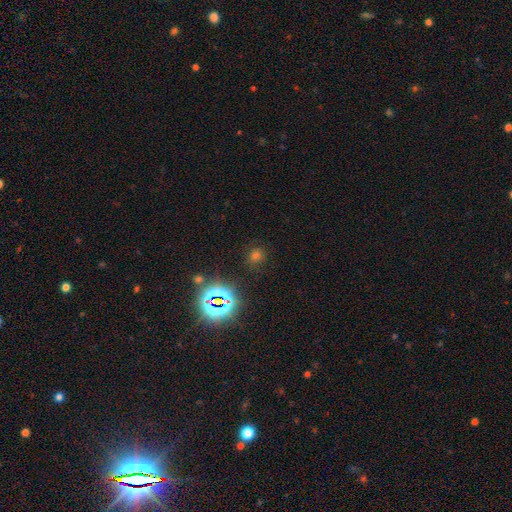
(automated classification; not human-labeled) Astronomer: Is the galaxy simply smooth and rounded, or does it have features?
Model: smooth — 49% (runner-up: star or artifact, 43%).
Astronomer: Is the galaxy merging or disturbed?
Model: none — 85%.